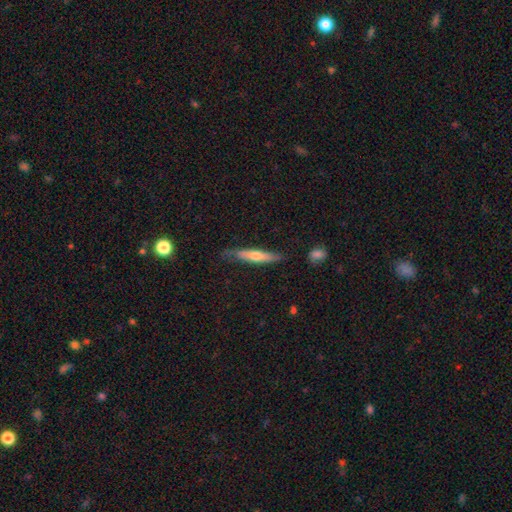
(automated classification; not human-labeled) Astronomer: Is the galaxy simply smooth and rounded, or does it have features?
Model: smooth — 47%, tied with featured or disk at 47%.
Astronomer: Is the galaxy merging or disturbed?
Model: none — 77%.